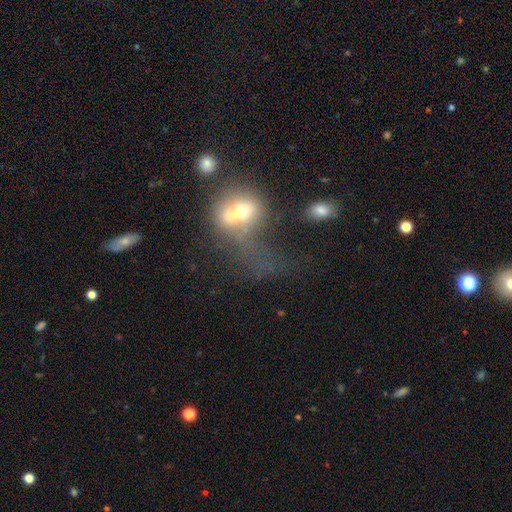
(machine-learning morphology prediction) A smooth galaxy with no disk features (46%). Merging: major disturbance (48%).